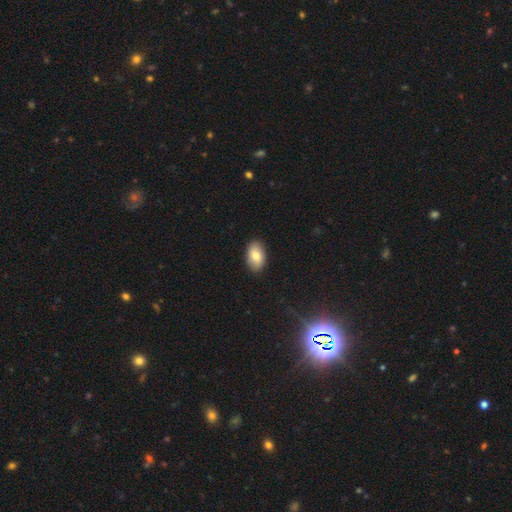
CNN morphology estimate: Smooth or featured? smooth (79%)
How rounded? in between (91%)
Merging? none (88%)